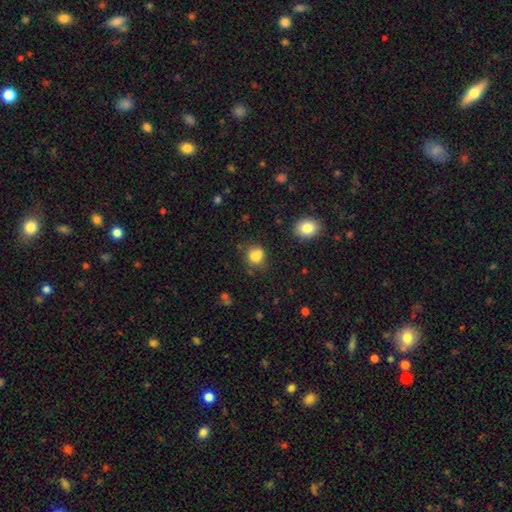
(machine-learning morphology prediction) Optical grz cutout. It shows a smooth galaxy with no disk features (81%) that is round (58%). Merging: none (60%).